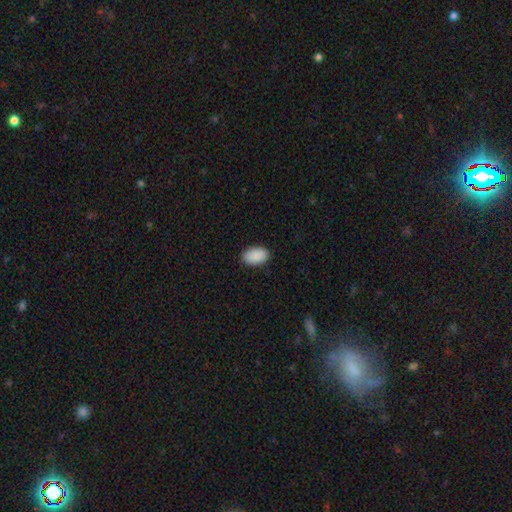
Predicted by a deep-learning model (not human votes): This is clearly a smooth galaxy (91%). How rounded: clearly in between (93%). Merging: clearly none (88%).